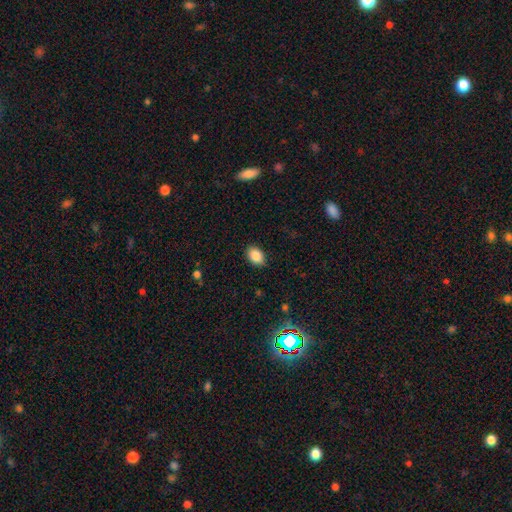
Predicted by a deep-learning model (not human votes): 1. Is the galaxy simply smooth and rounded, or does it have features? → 87% smooth, 9% star or artifact, 4% featured or disk.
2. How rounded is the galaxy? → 79% in between, 20% round, 1% cigar-shaped.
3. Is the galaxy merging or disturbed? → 87% none, 9% minor disturbance, 2% major disturbance, 1% merger.